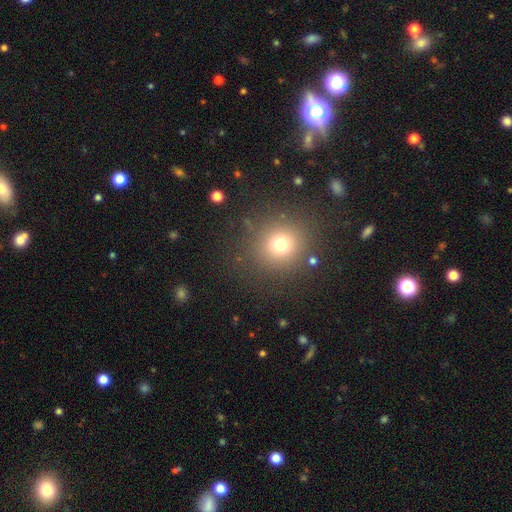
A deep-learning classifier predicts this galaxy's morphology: smooth_or_featured: smooth (p=0.56) [alt: star or artifact p=0.36]
how_rounded: round (p=0.91) [alt: in between p=0.08]
merging: none (p=0.89) [alt: minor disturbance p=0.06]